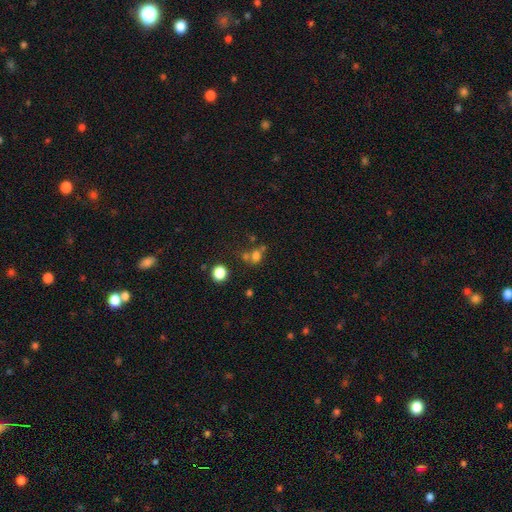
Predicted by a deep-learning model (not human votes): Smooth or featured? Predicted: smooth (p=0.69). How rounded? Predicted: round (p=0.57). Merging? Predicted: none (p=0.42).